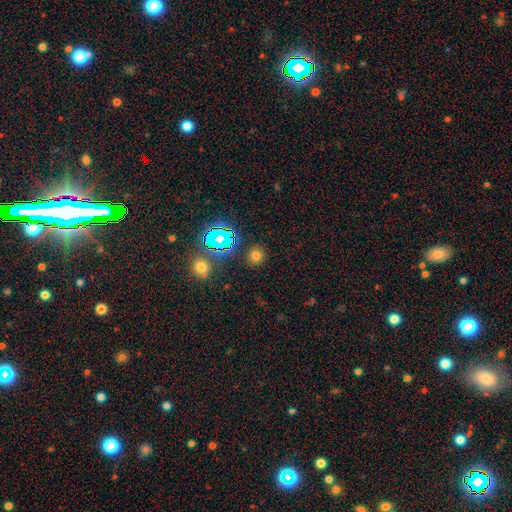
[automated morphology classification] The model was most divided on "smooth or featured": smooth: 67%, star or artifact: 27%, featured or disk: 7%. More confident: how rounded — round (87%); merging — none (87%).